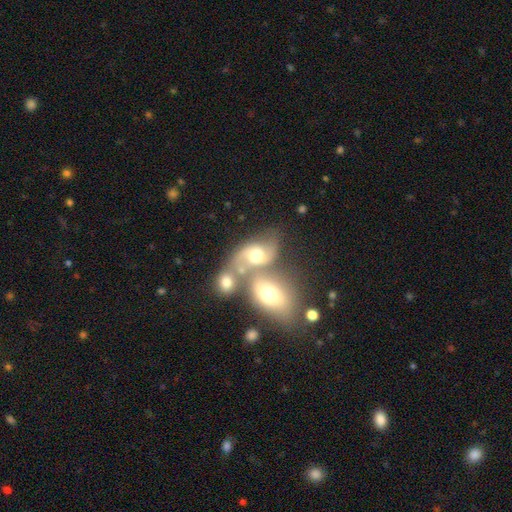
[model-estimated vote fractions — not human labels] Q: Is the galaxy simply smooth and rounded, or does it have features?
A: featured or disk — 50%.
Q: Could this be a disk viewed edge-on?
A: no — 96%.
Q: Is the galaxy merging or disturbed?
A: merger — 54%.